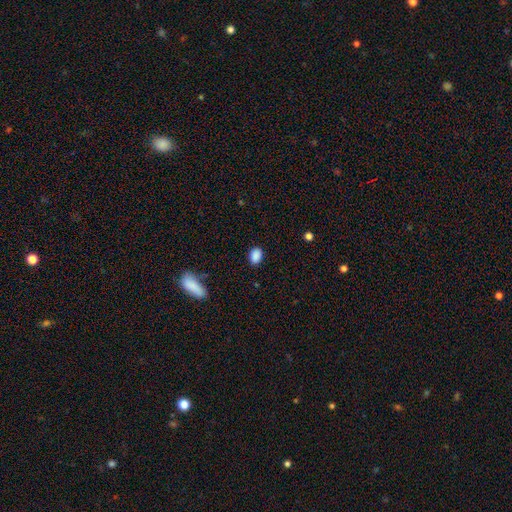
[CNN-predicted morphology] smooth 88%, star or artifact 8%, featured or disk 3%. Down the decision tree: how rounded — in between (78%); merging — none (86%).